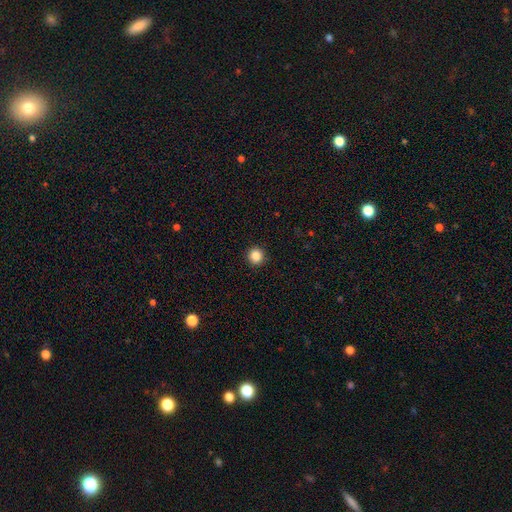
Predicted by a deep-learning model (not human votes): This is clearly a smooth galaxy (86%). How rounded: clearly round (96%). Merging: clearly none (93%).